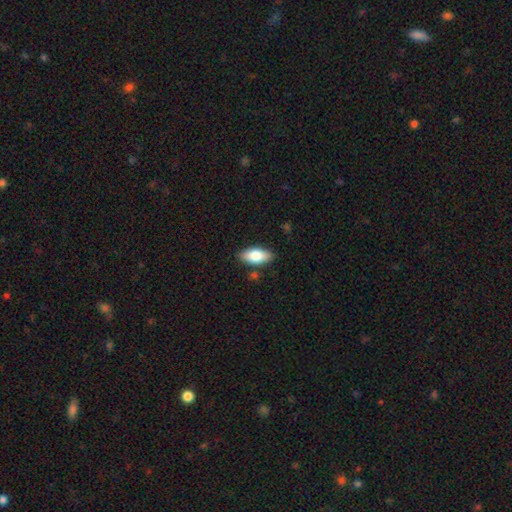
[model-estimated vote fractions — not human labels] smooth_or_featured: smooth (p=0.75) [alt: featured or disk p=0.18]
how_rounded: in between (p=0.87) [alt: cigar-shaped p=0.10]
merging: none (p=0.84) [alt: minor disturbance p=0.11]